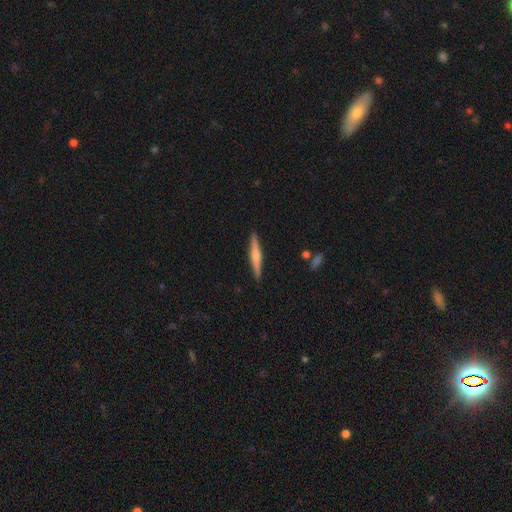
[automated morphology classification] The model was most divided on "smooth or featured": featured or disk: 58%, smooth: 37%, star or artifact: 6%. More confident: edge-on disk — yes (98%); merging — none (91%); edge-on bulge — rounded (72%).